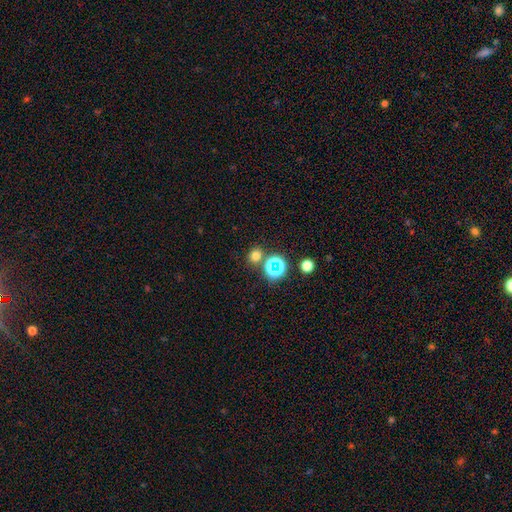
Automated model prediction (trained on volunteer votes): The model was most divided on "smooth or featured": smooth: 68%, star or artifact: 26%, featured or disk: 6%. More confident: how rounded — round (83%); merging — none (78%).